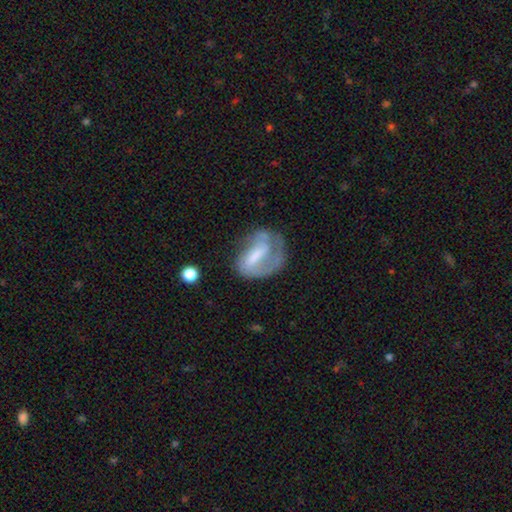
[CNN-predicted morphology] A featured or disk galaxy (59%) with a weak bar (38%), spiral arms (63%) and a moderate central bulge (30%).

Vote fractions:
- Smooth or featured? featured or disk: 59% / smooth: 32% / star or artifact: 8%
- Edge-on disk? no: 94% / yes: 6%
- Bar? weak: 38% / strong: 37% / no: 25%
- Spiral arms? yes: 63% / no: 37%
- Bulge size? moderate: 30% / none: 29% / small: 28% / large: 11% / dominant: 2%
- Merging? none: 41% / major disturbance: 29% / minor disturbance: 25% / merger: 4%